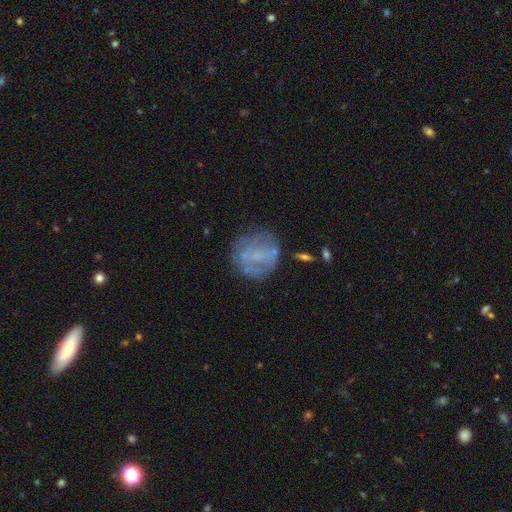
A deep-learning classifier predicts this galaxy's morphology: This is possibly a featured or disk galaxy (48%). Merging: likely none (62%).